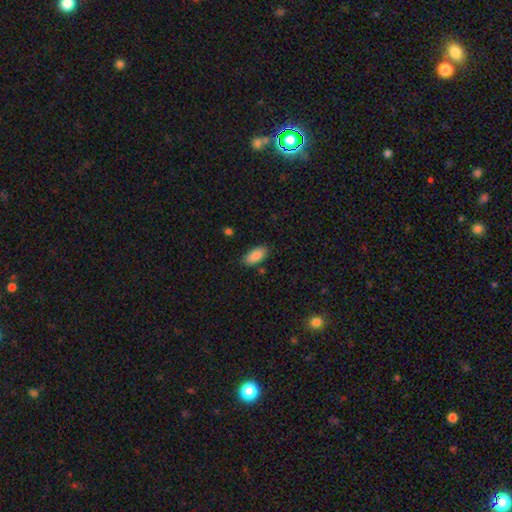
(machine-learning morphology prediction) Smooth or featured? smooth (88%)
How rounded? in between (91%)
Merging? none (80%)